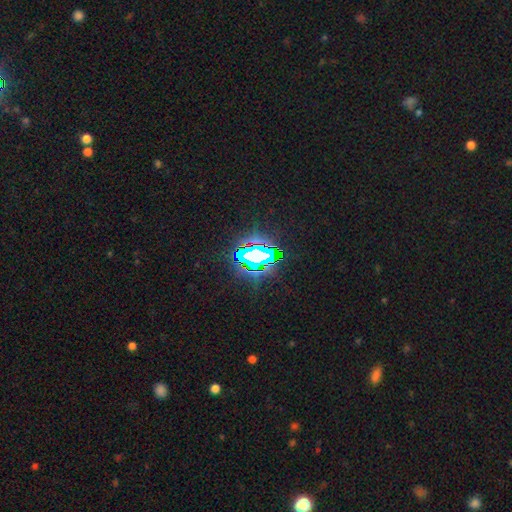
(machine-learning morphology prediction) smooth_or_featured: star or artifact (p=0.69) [alt: smooth p=0.17]